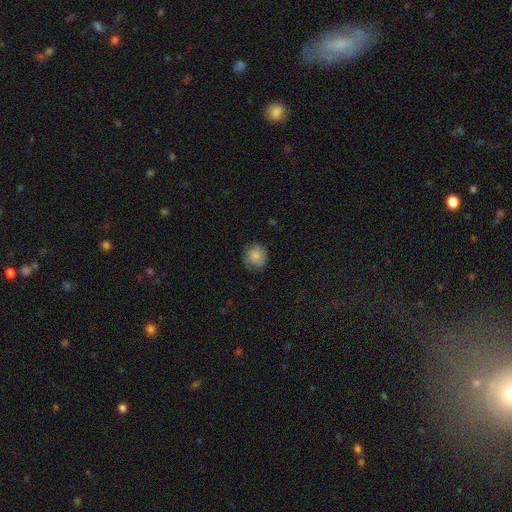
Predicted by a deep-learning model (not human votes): Smooth or featured: smooth — 78% (featured or disk — 14%)
How rounded: round — 86% (in between — 13%)
Merging: none — 77% (minor disturbance — 17%)